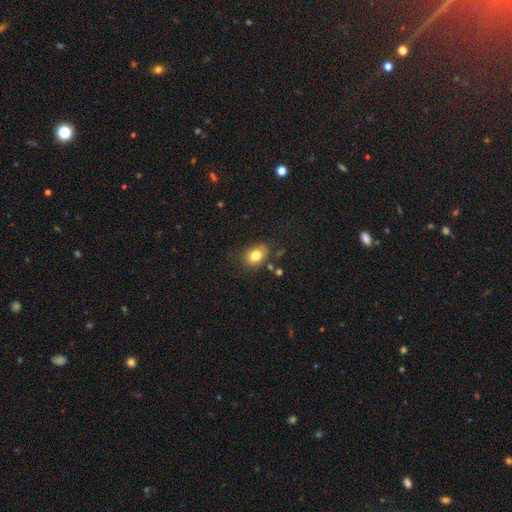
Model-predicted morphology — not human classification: This appears to be a smooth galaxy with no disk features (80%) that is in between round and cigar-shaped (64%). Merging: none (76%).